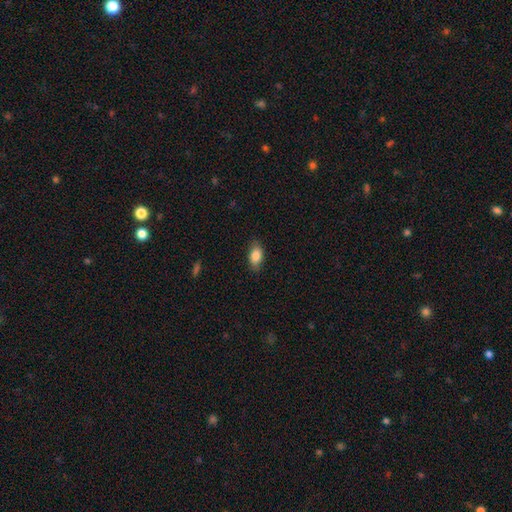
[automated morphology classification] Smooth or featured?
  - smooth: 85% *
  - featured or disk: 8%
  - star or artifact: 7%
How rounded?
  - in between: 88% *
  - round: 7%
  - cigar-shaped: 5%
Merging?
  - none: 81% *
  - minor disturbance: 15%
  - major disturbance: 3%
  - merger: 1%